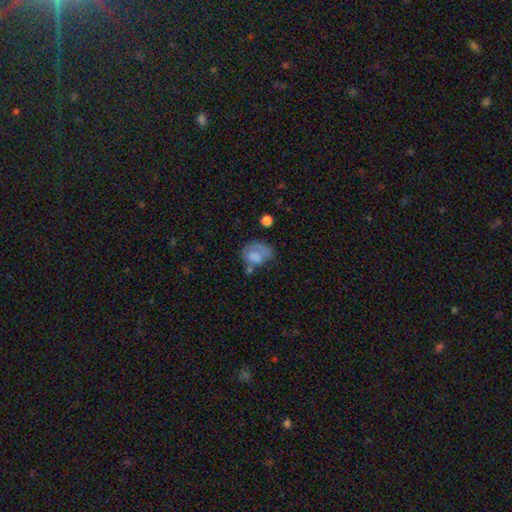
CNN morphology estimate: smooth_or_featured: smooth (p=0.65) [alt: featured or disk p=0.25]
how_rounded: in between (p=0.59) [alt: round p=0.40]
merging: none (p=0.31) [alt: major disturbance p=0.29]